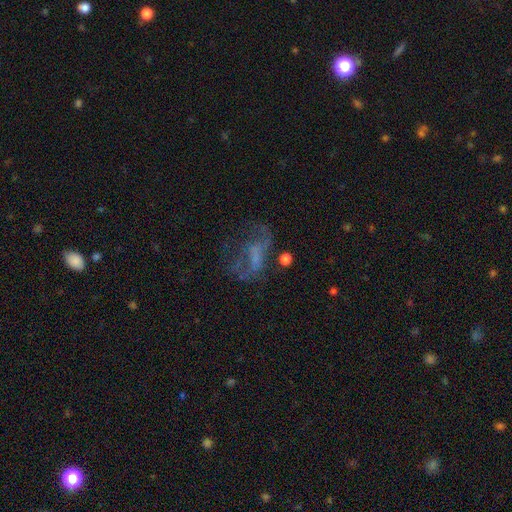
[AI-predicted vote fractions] Morphology: type=featured or disk (53%); edge-on=no (96%); bar=no (67%); spiral arms=no (68%); bulge=none (60%); merging=major disturbance (41%).